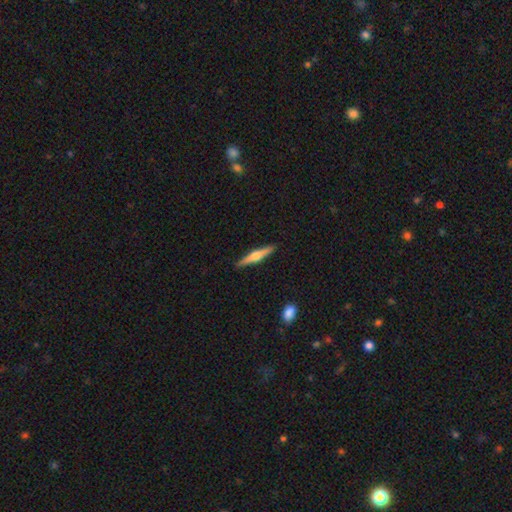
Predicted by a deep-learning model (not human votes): featured or disk 63%, smooth 32%, star or artifact 5%. Down the decision tree: edge-on disk — yes (98%); edge-on bulge — rounded (87%); merging — none (91%).